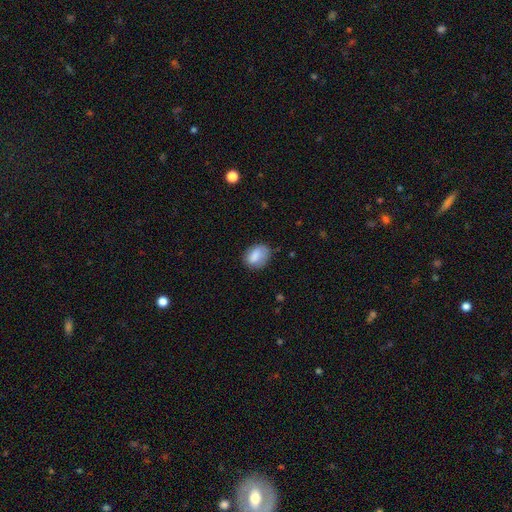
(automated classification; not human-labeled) Q: Smooth or featured?
A: smooth (79%); runner-up: featured or disk (14%)
Q: How rounded?
A: in between (73%); runner-up: round (26%)
Q: Merging?
A: none (64%); runner-up: minor disturbance (26%)